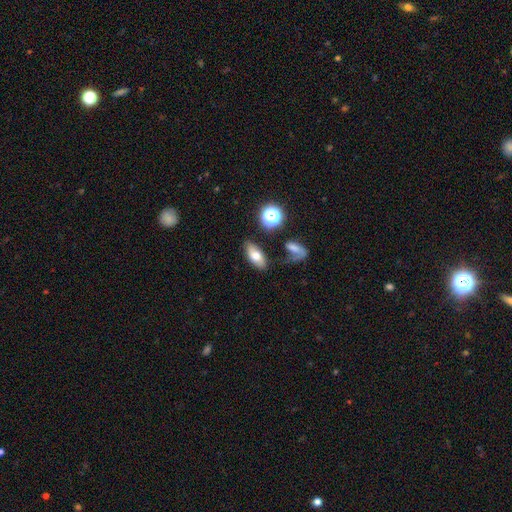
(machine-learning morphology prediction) The model was most divided on "smooth or featured": smooth: 68%, featured or disk: 22%, star or artifact: 11%. More confident: how rounded — in between (87%); merging — none (71%).